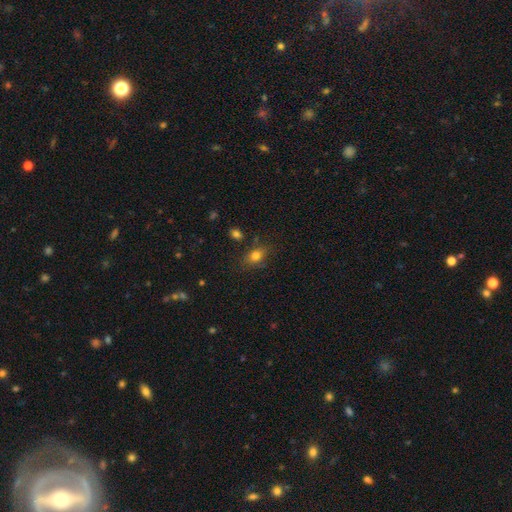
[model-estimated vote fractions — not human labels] Morphology: type=smooth (80%); roundness=in between (70%); merging=none (75%).